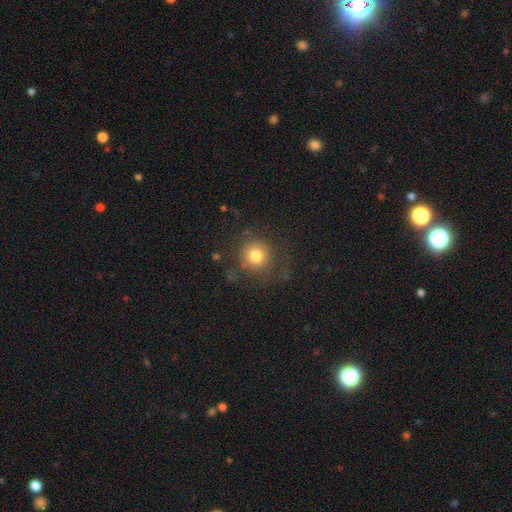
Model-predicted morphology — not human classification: type=smooth (79%); roundness=round (91%); merging=none (74%).